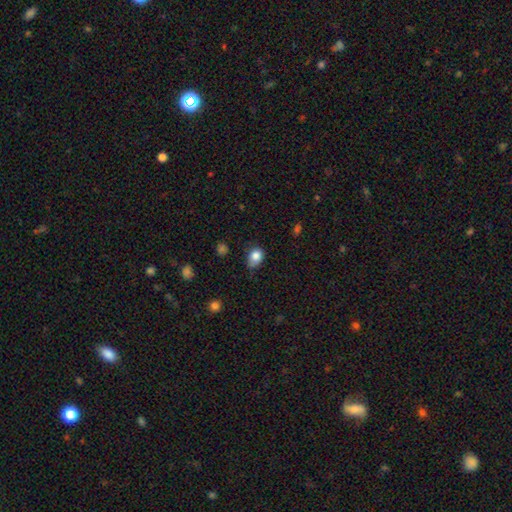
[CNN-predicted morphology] A smooth galaxy with no disk features (83%) that is in between round and cigar-shaped (52%). Merging: none (53%).